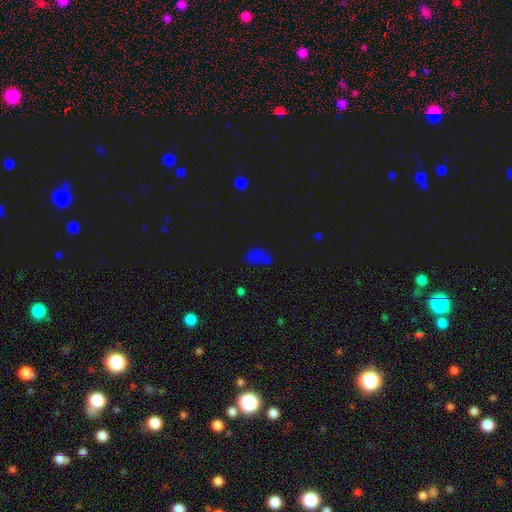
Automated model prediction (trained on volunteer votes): Smooth or featured? Predicted: smooth (p=0.57). How rounded? Predicted: in between (p=0.68). Merging? Predicted: none (p=0.45).